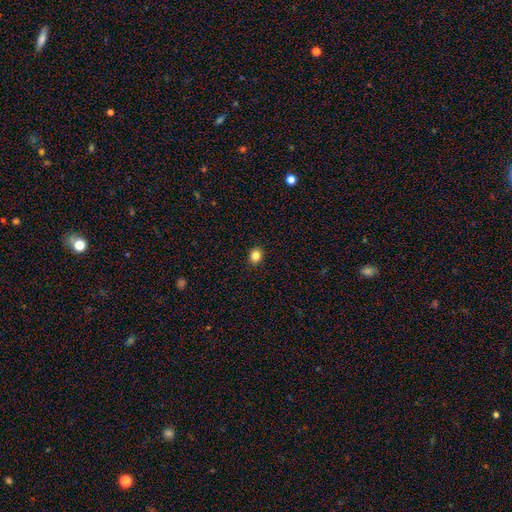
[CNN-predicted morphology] Smooth or featured?
  - smooth: 84% *
  - star or artifact: 11%
  - featured or disk: 5%
How rounded?
  - round: 66% *
  - in between: 33%
  - cigar-shaped: 1%
Merging?
  - none: 91% *
  - minor disturbance: 6%
  - major disturbance: 2%
  - merger: 1%